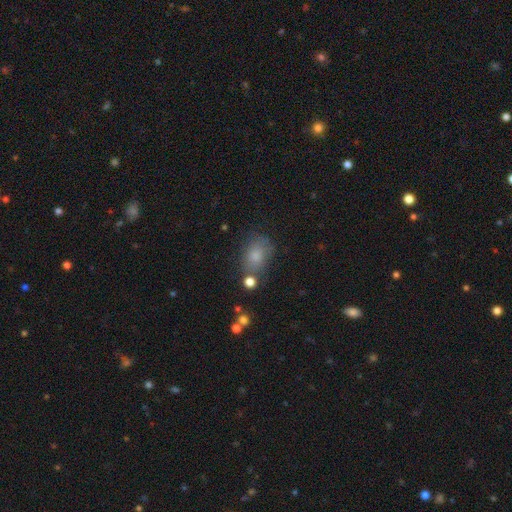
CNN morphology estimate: smooth_or_featured: smooth (p=0.77) [alt: star or artifact p=0.12]
how_rounded: in between (p=0.77) [alt: round p=0.21]
merging: none (p=0.61) [alt: minor disturbance p=0.22]